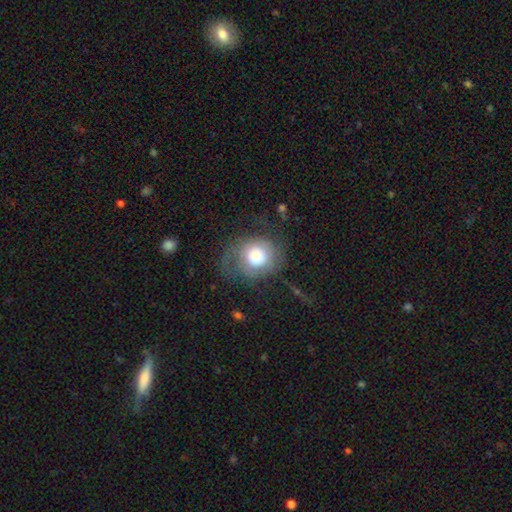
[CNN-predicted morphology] A smooth galaxy with no disk features (47%). Merging: none (54%).